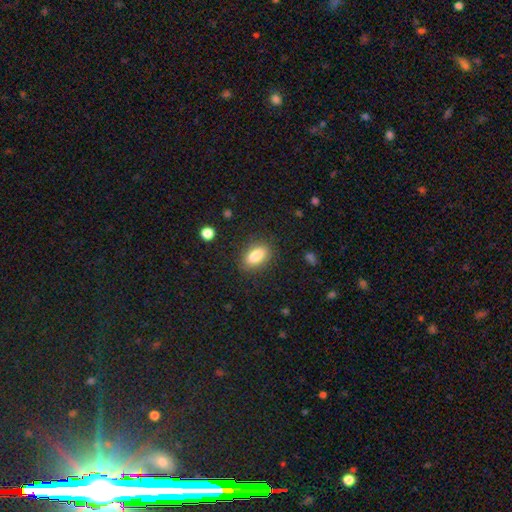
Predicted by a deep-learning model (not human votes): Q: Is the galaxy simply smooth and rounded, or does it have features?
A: smooth — 86%.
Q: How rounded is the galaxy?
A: in between — 89%.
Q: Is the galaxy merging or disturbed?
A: none — 85%.